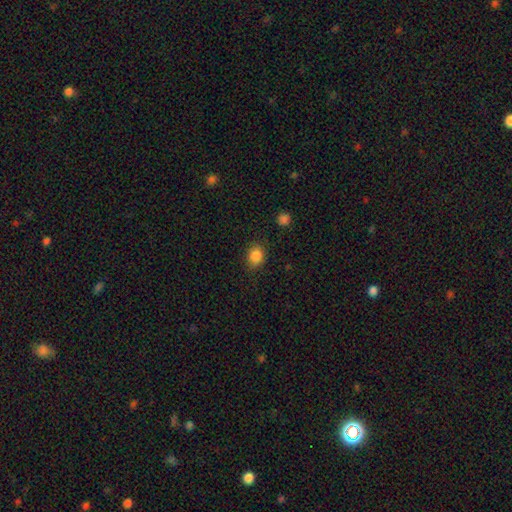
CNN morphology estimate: The model was most divided on "how rounded": in between: 50%, round: 49%, cigar-shaped: 1%. More confident: smooth or featured — smooth (86%); merging — none (81%).